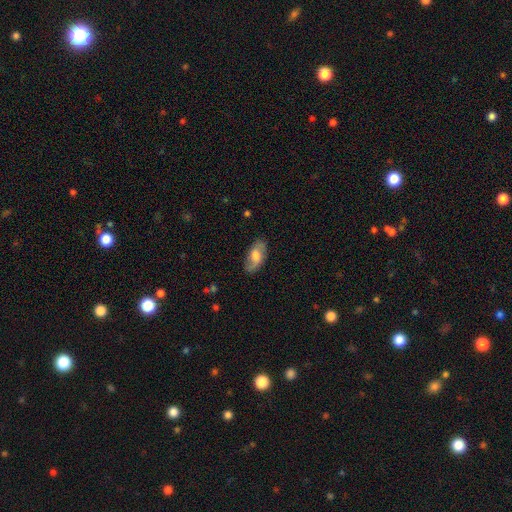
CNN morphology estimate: smooth 48%, featured or disk 45%, star or artifact 7%. Down the decision tree: merging — none (76%).